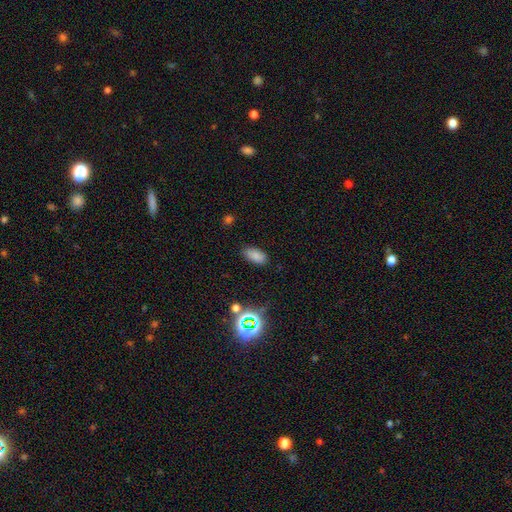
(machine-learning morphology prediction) Q: Smooth or featured?
A: smooth (79%); runner-up: star or artifact (14%)
Q: How rounded?
A: in between (91%); runner-up: cigar-shaped (6%)
Q: Merging?
A: none (83%); runner-up: minor disturbance (12%)